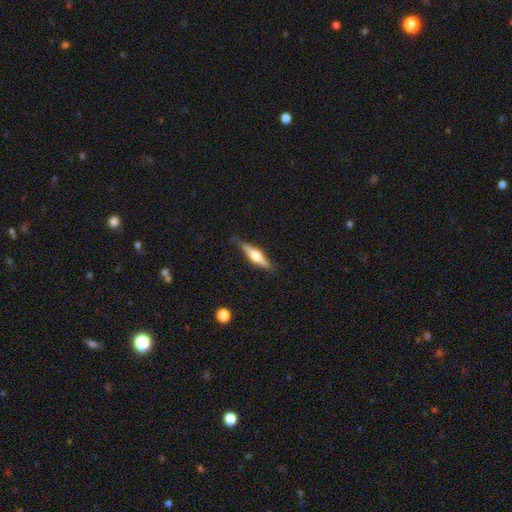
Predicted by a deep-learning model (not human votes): This appears to be a featured or disk galaxy (60%) viewed edge-on (96%) with a rounded central bulge (92%). Merging: none (82%).